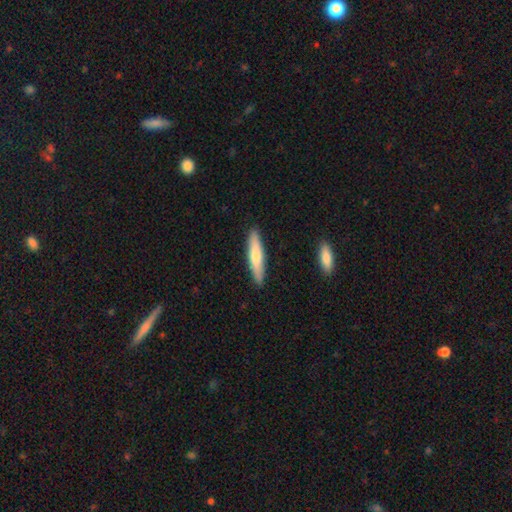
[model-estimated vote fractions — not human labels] This appears to be a smooth galaxy with no disk features (70%) that is cigar-shaped (85%). Merging: none (89%).